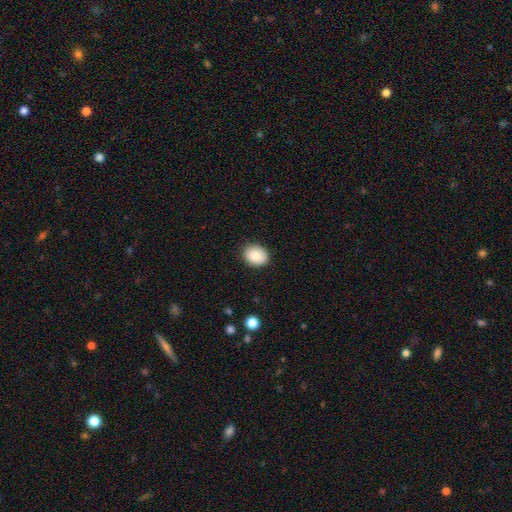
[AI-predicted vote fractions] Smooth or featured: smooth — 86% (star or artifact — 8%)
How rounded: in between — 53% (round — 46%)
Merging: none — 87% (minor disturbance — 9%)